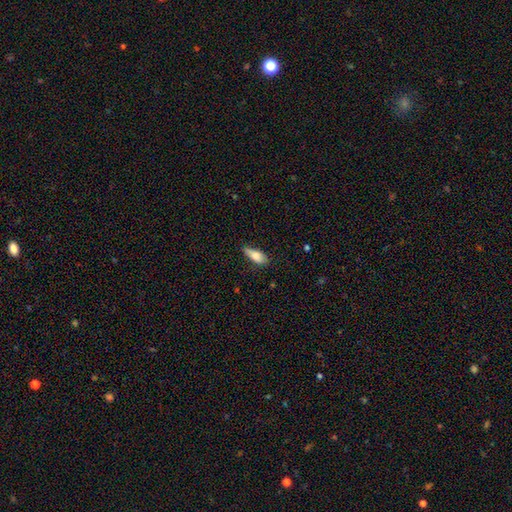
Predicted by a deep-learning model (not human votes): smooth_or_featured: smooth (p=0.78) [alt: featured or disk p=0.15]
how_rounded: in between (p=0.72) [alt: cigar-shaped p=0.26]
merging: none (p=0.60) [alt: minor disturbance p=0.31]